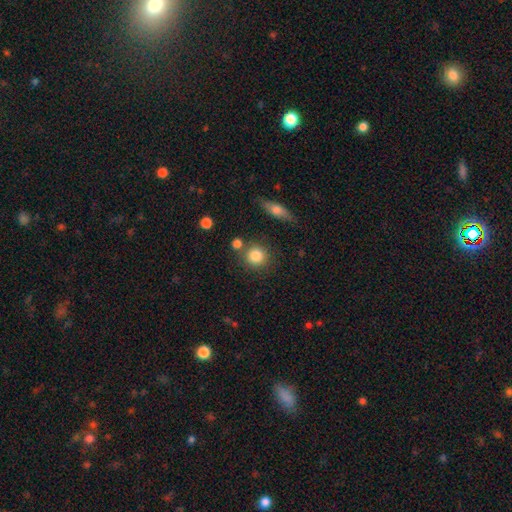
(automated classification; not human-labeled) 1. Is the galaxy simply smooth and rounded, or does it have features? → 84% smooth, 9% star or artifact, 7% featured or disk.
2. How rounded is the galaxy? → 88% round, 11% in between, 2% cigar-shaped.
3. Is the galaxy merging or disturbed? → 75% none, 11% merger, 10% minor disturbance, 4% major disturbance.